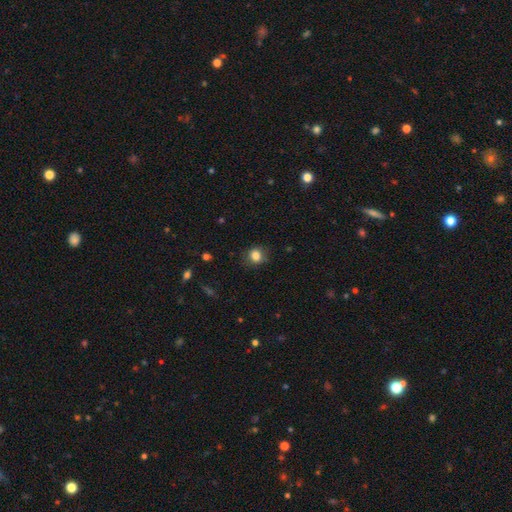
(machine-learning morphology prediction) A smooth galaxy with no disk features (83%) that is round (73%). Merging: none (78%).